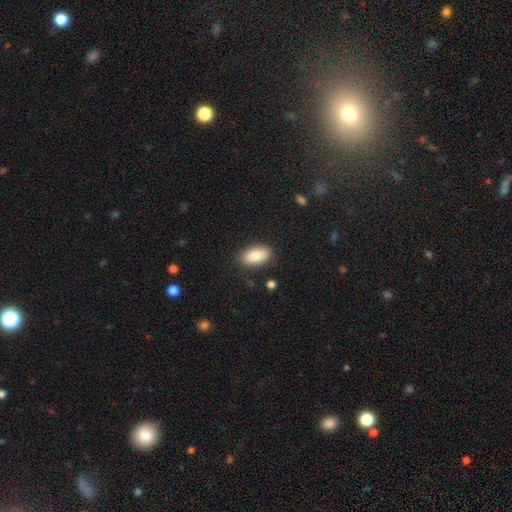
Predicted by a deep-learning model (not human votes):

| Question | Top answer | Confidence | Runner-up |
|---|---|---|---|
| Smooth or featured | smooth | 83% | featured or disk (10%) |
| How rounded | in between | 92% | round (5%) |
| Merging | none | 85% | minor disturbance (11%) |